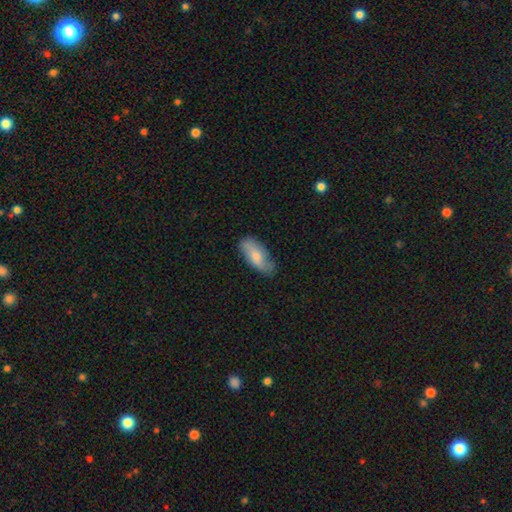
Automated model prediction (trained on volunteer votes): The model was most divided on "merging": none: 73%, minor disturbance: 22%, major disturbance: 4%, merger: 2%. More confident: how rounded — in between (85%); smooth or featured — smooth (73%).